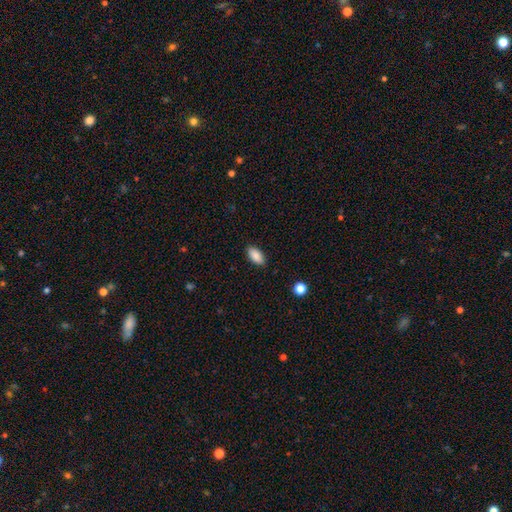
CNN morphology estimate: Smooth or featured? Predicted: smooth (p=0.88). How rounded? Predicted: in between (p=0.92). Merging? Predicted: none (p=0.87).